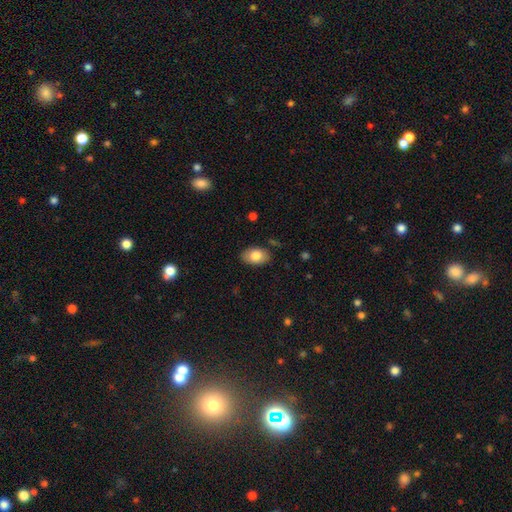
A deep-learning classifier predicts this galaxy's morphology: A smooth galaxy with no disk features (80%) that is in between round and cigar-shaped (88%).

Vote fractions:
- Smooth or featured? smooth: 80% / featured or disk: 13% / star or artifact: 7%
- How rounded? in between: 88% / round: 10% / cigar-shaped: 1%
- Merging? none: 85% / minor disturbance: 12% / major disturbance: 2% / merger: 1%